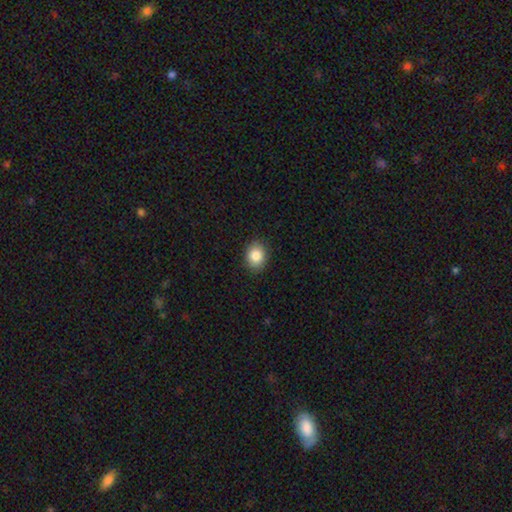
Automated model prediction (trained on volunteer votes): Morphology: type=smooth (85%); roundness=round (51%); merging=none (89%).